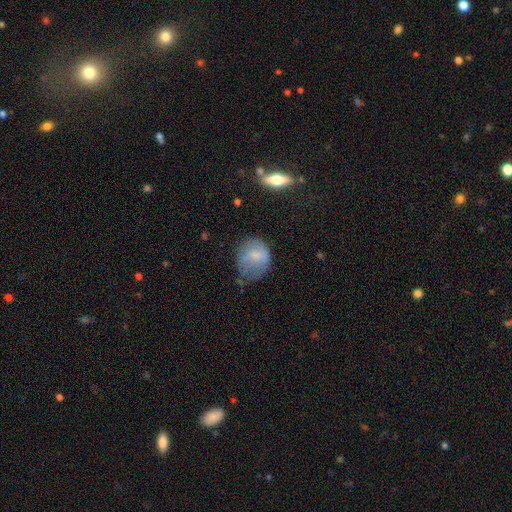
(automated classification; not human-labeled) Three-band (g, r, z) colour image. It shows a smooth galaxy with no disk features (66%) that is round (59%). Merging: none (39%).